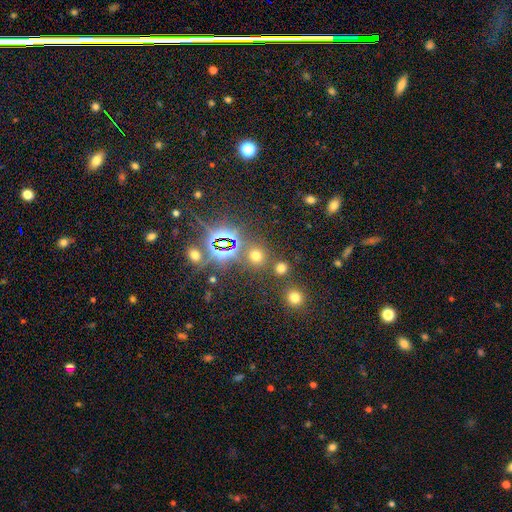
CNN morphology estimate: Overall: smooth (54%; star or artifact 38%). How rounded: round (88%). Merging: none (78%).